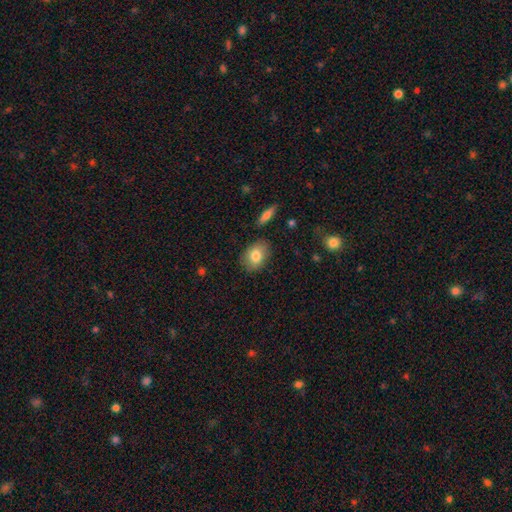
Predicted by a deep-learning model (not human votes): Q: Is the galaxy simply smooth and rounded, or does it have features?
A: smooth — 80%.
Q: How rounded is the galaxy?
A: in between — 77%.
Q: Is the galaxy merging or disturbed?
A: none — 83%.